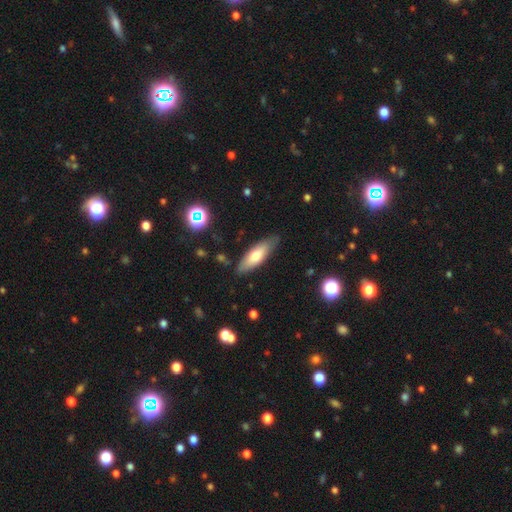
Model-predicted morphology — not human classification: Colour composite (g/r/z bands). It shows a smooth galaxy with no disk features (65%) that is in between round and cigar-shaped (52%). Merging: none (80%).